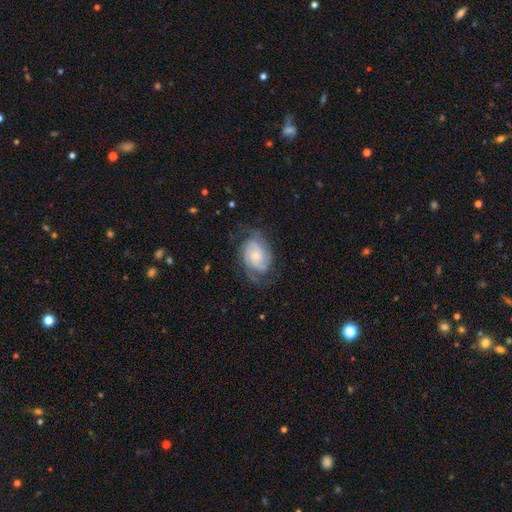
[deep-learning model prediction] This appears to be a featured or disk galaxy (77%) with no bar (71%), 2 (40%) tight (47%) spiral arms (95%) and a small central bulge (60%). Merging: none (65%).